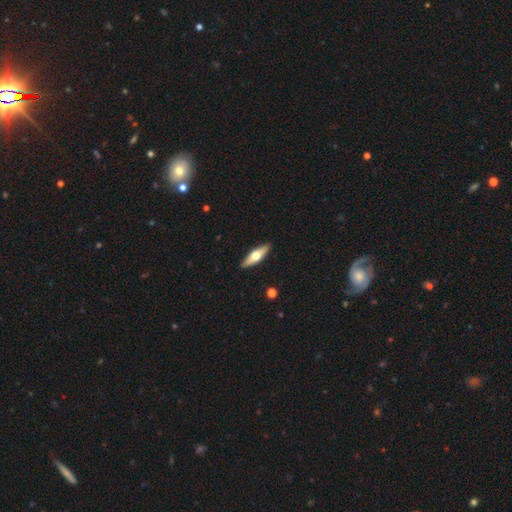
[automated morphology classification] A featured or disk galaxy (52%) viewed edge-on (90%).

Vote fractions:
- Smooth or featured? featured or disk: 52% / smooth: 43% / star or artifact: 5%
- Edge-on disk? yes: 90% / no: 10%
- Merging? none: 91% / minor disturbance: 7% / major disturbance: 2% / merger: 1%